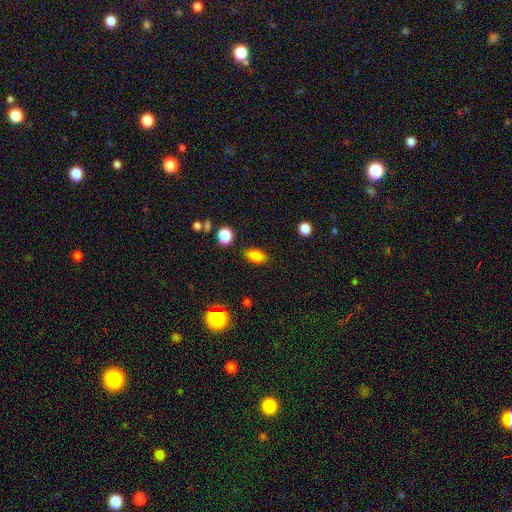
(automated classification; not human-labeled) Smooth or featured: smooth — 84% (star or artifact — 11%)
How rounded: in between — 87% (round — 10%)
Merging: none — 85% (minor disturbance — 10%)